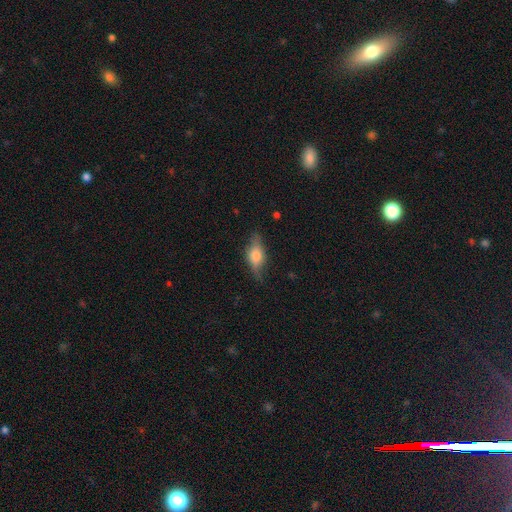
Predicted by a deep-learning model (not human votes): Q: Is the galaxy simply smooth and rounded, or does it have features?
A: smooth — 50%.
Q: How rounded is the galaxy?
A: in between — 72%.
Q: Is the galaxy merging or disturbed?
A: none — 70%.